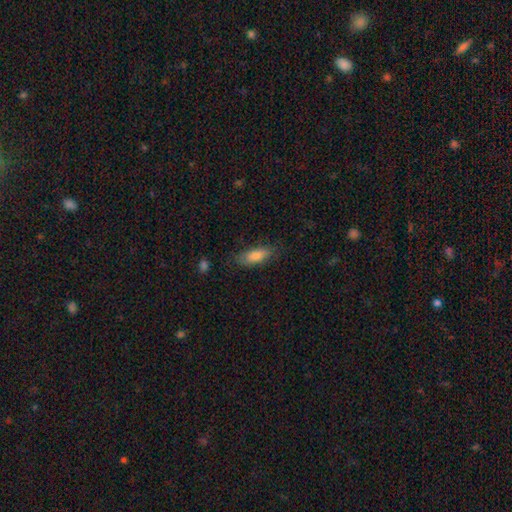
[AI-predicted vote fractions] Smooth or featured?
  - smooth: 82% *
  - featured or disk: 11%
  - star or artifact: 7%
How rounded?
  - in between: 71% *
  - cigar-shaped: 28%
  - round: 2%
Merging?
  - none: 77% *
  - minor disturbance: 17%
  - major disturbance: 4%
  - merger: 1%